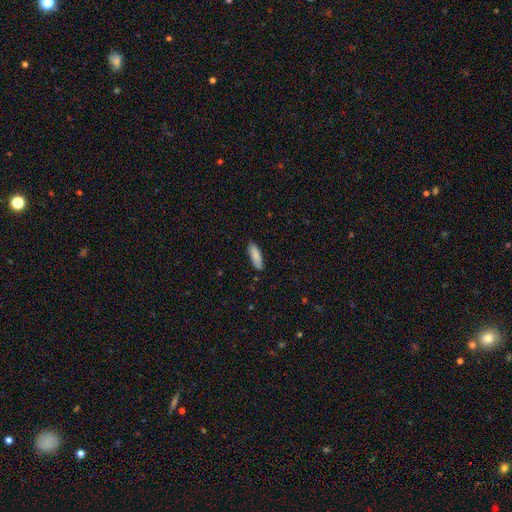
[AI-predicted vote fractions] A smooth galaxy with no disk features (85%) that is in between round and cigar-shaped (54%).

Vote fractions:
- Smooth or featured? smooth: 85% / featured or disk: 9% / star or artifact: 6%
- How rounded? in between: 54% / cigar-shaped: 44% / round: 2%
- Merging? none: 86% / minor disturbance: 11% / major disturbance: 2% / merger: 1%